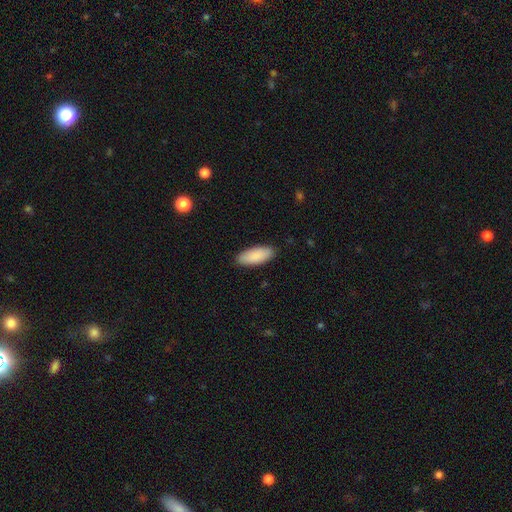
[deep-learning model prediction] Q: Smooth or featured?
A: smooth (90%); runner-up: star or artifact (5%)
Q: How rounded?
A: in between (81%); runner-up: cigar-shaped (17%)
Q: Merging?
A: none (88%); runner-up: minor disturbance (9%)